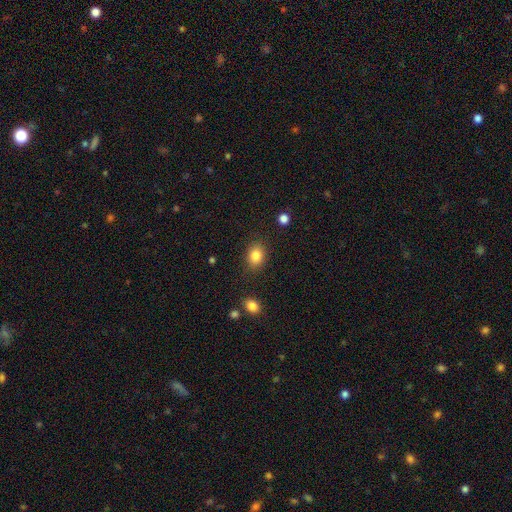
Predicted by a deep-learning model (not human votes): Smooth or featured?
  - smooth: 84% *
  - star or artifact: 10%
  - featured or disk: 6%
How rounded?
  - in between: 55% *
  - round: 44%
  - cigar-shaped: 1%
Merging?
  - none: 85% *
  - minor disturbance: 11%
  - major disturbance: 3%
  - merger: 2%